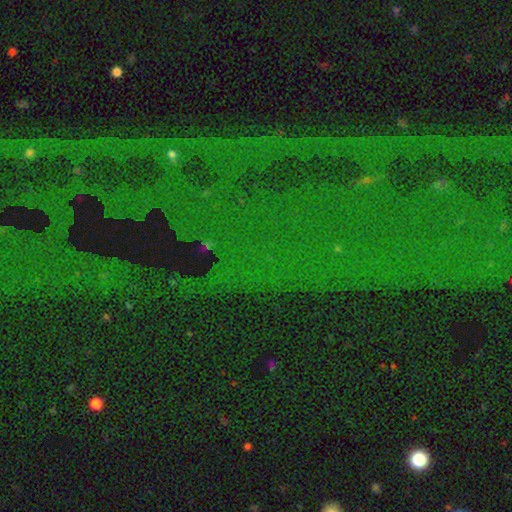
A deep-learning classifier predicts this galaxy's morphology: Smooth or featured? Predicted: star or artifact (p=0.83).